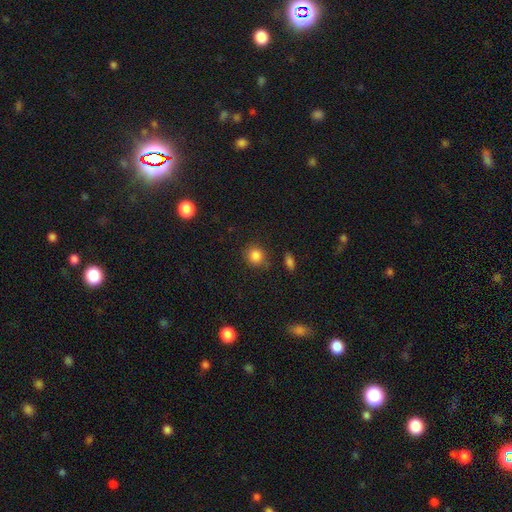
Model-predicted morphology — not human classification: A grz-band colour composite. It shows a smooth galaxy with no disk features (84%) that is round (82%). Merging: none (79%).